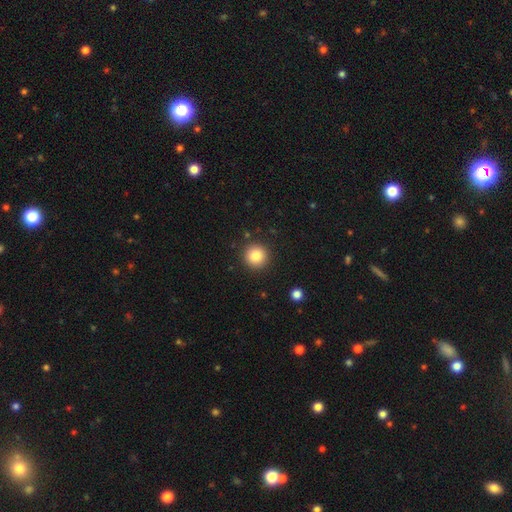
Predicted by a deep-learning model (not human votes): A smooth galaxy with no disk features (84%) that is round (95%). Merging: none (91%).